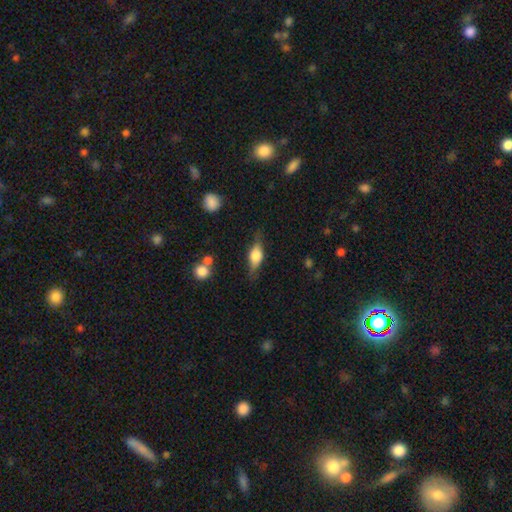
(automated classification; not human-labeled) Q: Smooth or featured?
A: featured or disk (48%); runner-up: smooth (45%)
Q: Merging?
A: none (74%); runner-up: minor disturbance (18%)